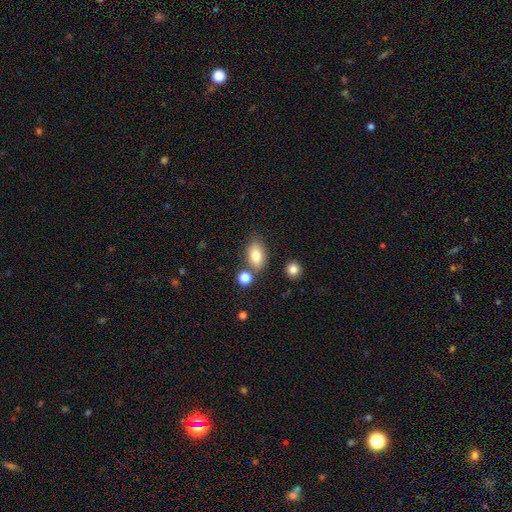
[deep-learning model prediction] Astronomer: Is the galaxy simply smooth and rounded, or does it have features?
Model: smooth — 80%.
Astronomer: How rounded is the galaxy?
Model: in between — 86%.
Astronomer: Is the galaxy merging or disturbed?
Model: none — 71%.